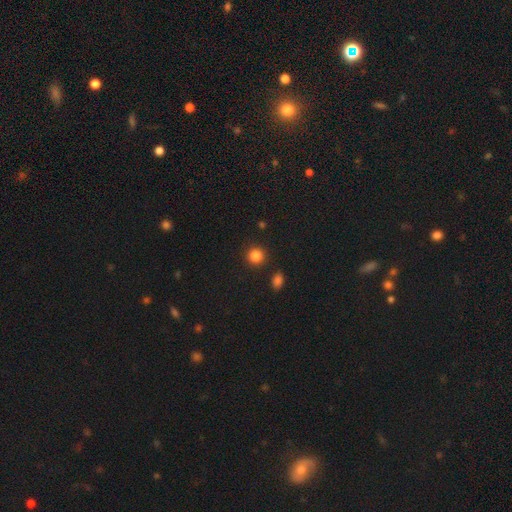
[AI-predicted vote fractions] The model was most divided on "smooth or featured": smooth: 85%, star or artifact: 11%, featured or disk: 4%. More confident: how rounded — round (92%); merging — none (89%).